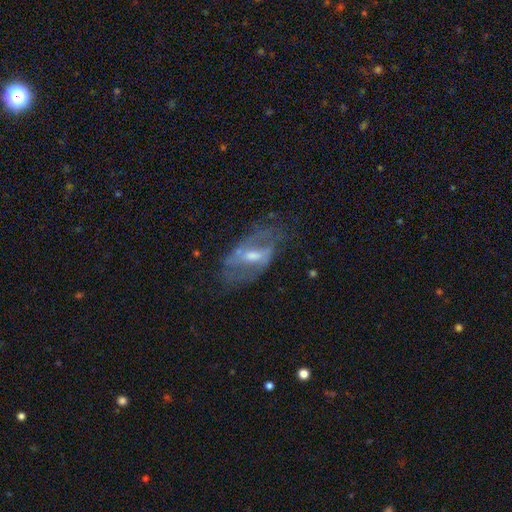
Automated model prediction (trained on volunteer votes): Smooth or featured? Predicted: featured or disk (p=0.75). Edge-on disk? Predicted: no (p=0.88). Bar? Predicted: weak (p=0.41). Spiral arms? Predicted: yes (p=0.69). Bulge size? Predicted: moderate (p=0.54). Merging? Predicted: none (p=0.62).